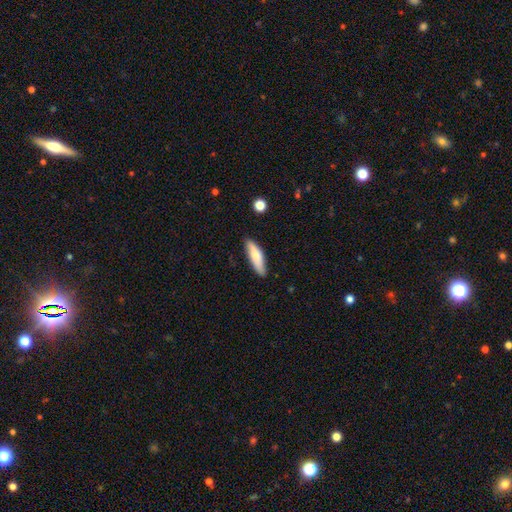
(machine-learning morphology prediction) smooth-or-featured: smooth: 74% | featured or disk: 21% | star or artifact: 6%
  how-rounded: cigar-shaped: 59% | in between: 39% | round: 2%
  merging: none: 83% | minor disturbance: 14% | major disturbance: 2% | merger: 2%